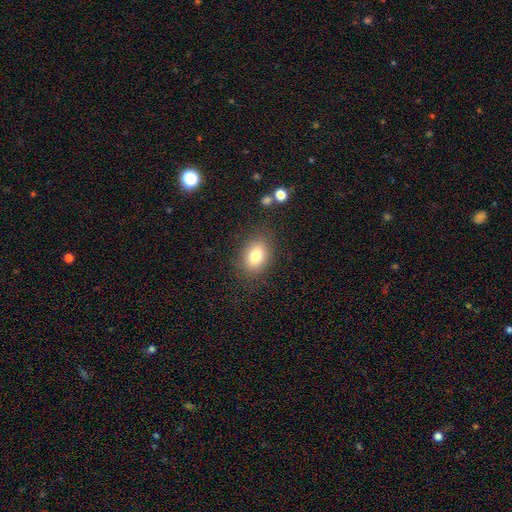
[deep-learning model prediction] smooth-or-featured: smooth: 78% | featured or disk: 11% | star or artifact: 11%
  how-rounded: in between: 70% | round: 29% | cigar-shaped: 1%
  merging: none: 82% | minor disturbance: 12% | major disturbance: 4% | merger: 2%